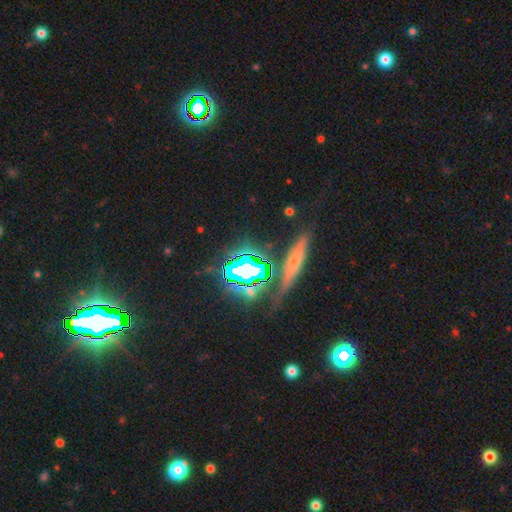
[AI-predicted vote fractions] star or artifact 68%, smooth 16%, featured or disk 16%.